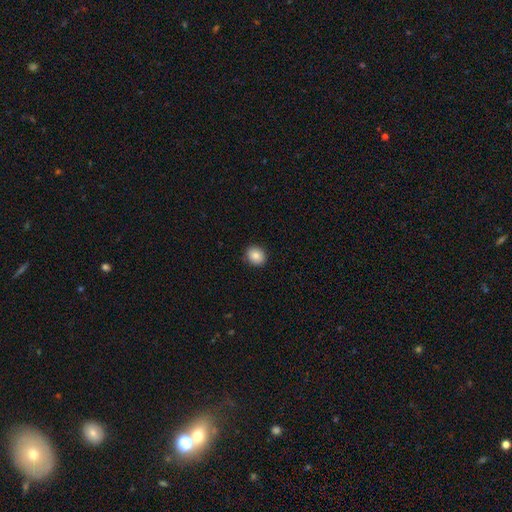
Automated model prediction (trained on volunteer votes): Smooth or featured?
  - smooth: 84% *
  - star or artifact: 9%
  - featured or disk: 7%
How rounded?
  - round: 73% *
  - in between: 26%
  - cigar-shaped: 1%
Merging?
  - none: 91% *
  - minor disturbance: 7%
  - major disturbance: 2%
  - merger: 1%